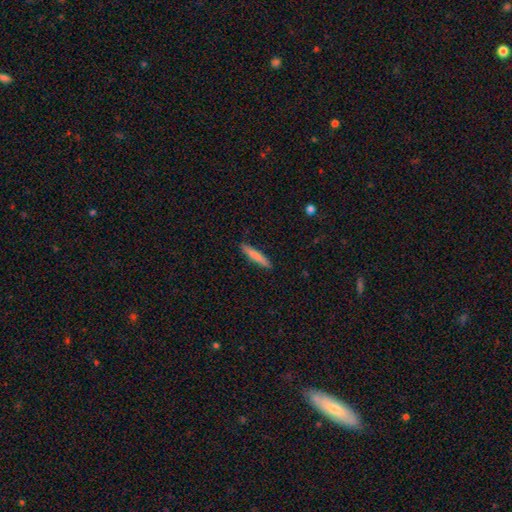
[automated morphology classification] Smooth or featured: smooth — 78% (featured or disk — 17%)
How rounded: cigar-shaped — 93% (in between — 6%)
Merging: none — 90% (minor disturbance — 8%)